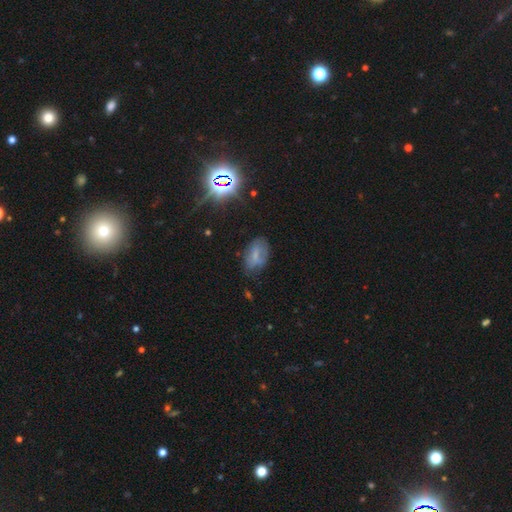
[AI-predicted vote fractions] Smooth or featured? Predicted: smooth (p=0.56). How rounded? Predicted: in between (p=0.89). Merging? Predicted: none (p=0.59).